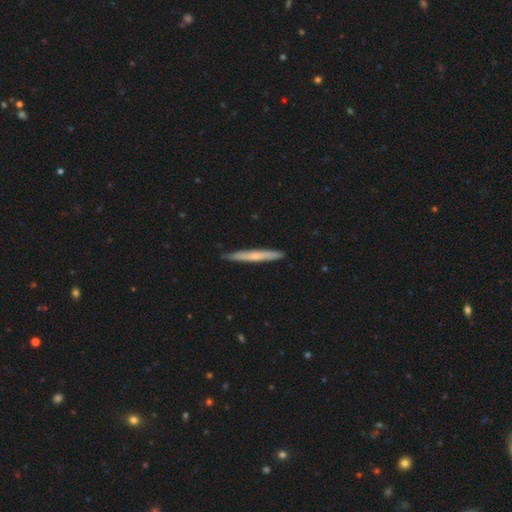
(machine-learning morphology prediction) A smooth galaxy with no disk features (53%) that is cigar-shaped (96%).

Vote fractions:
- Smooth or featured? smooth: 53% / featured or disk: 42% / star or artifact: 5%
- How rounded? cigar-shaped: 96% / in between: 2% / round: 1%
- Merging? none: 89% / minor disturbance: 9% / major disturbance: 1% / merger: 1%